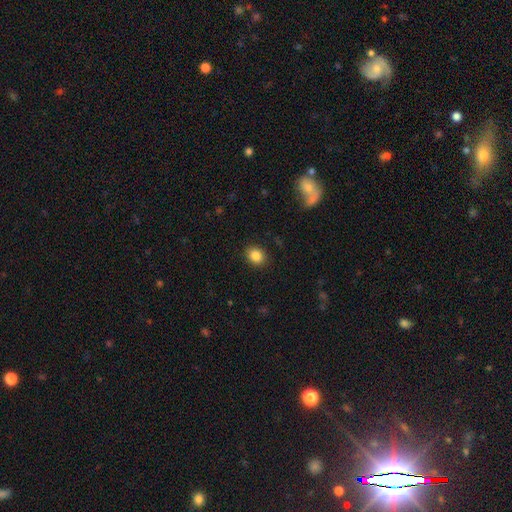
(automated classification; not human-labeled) smooth_or_featured: smooth (p=0.86) [alt: star or artifact p=0.09]
how_rounded: round (p=0.55) [alt: in between p=0.44]
merging: none (p=0.89) [alt: minor disturbance p=0.08]